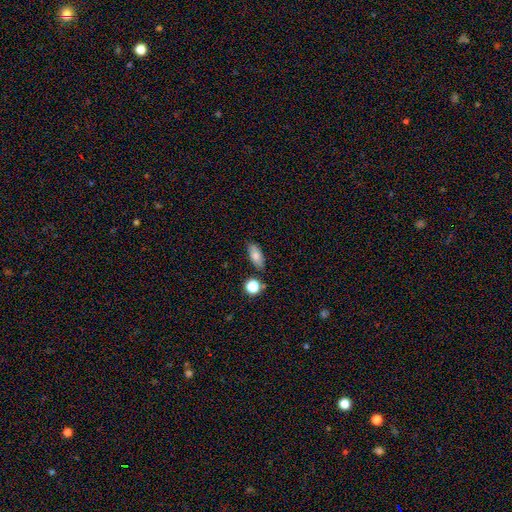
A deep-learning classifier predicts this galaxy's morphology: Smooth or featured: smooth — 78% (featured or disk — 13%)
How rounded: in between — 79% (cigar-shaped — 15%)
Merging: none — 78% (minor disturbance — 14%)